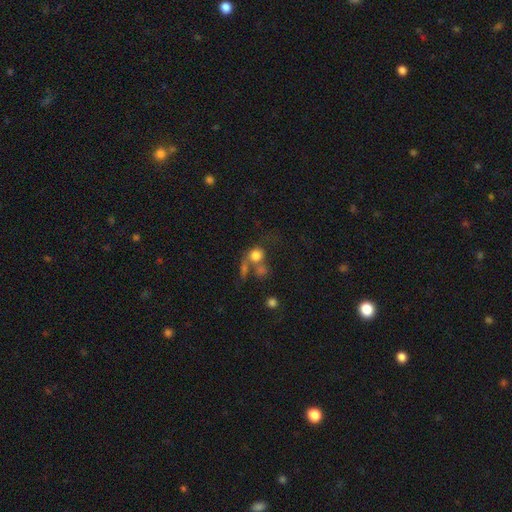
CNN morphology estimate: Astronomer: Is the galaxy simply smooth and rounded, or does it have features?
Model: smooth — 73%.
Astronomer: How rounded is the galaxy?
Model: round — 78%.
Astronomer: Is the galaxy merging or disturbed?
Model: merger — 41% (runner-up: none, 34%).